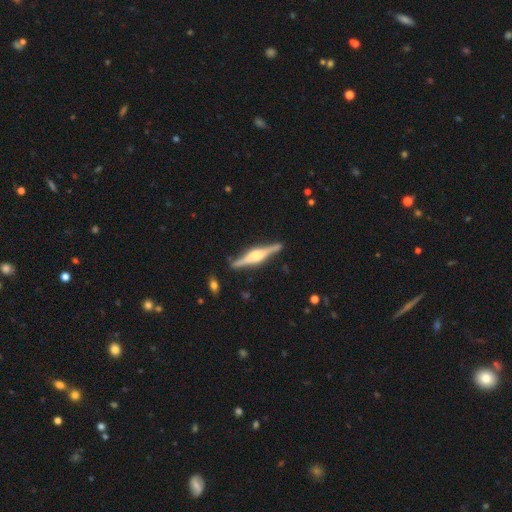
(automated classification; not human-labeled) Q: Smooth or featured?
A: featured or disk (83%); runner-up: smooth (12%)
Q: Edge-on disk?
A: yes (98%); runner-up: no (2%)
Q: Edge-on bulge?
A: rounded (81%); runner-up: boxy (17%)
Q: Merging?
A: none (88%); runner-up: minor disturbance (9%)